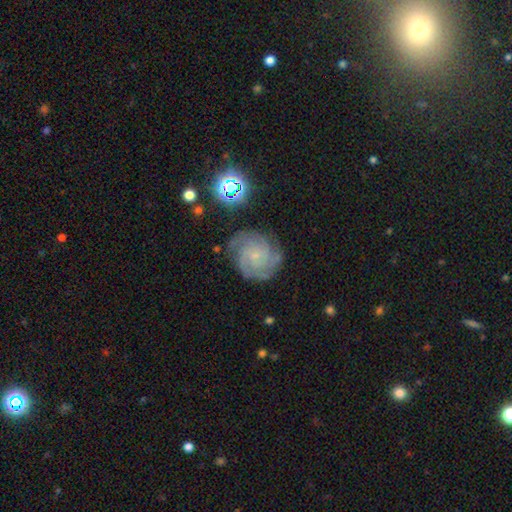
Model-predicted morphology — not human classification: This is clearly a featured or disk galaxy (80%). It is clearly not viewed edge-on (98%). Bar: likely no (78%). Spiral arm pattern: clearly yes (97%). Spiral arm count: marginally 3 (32%). Spiral winding: likely tight (69%). Central bulge: likely small (79%). Merging: likely none (75%).